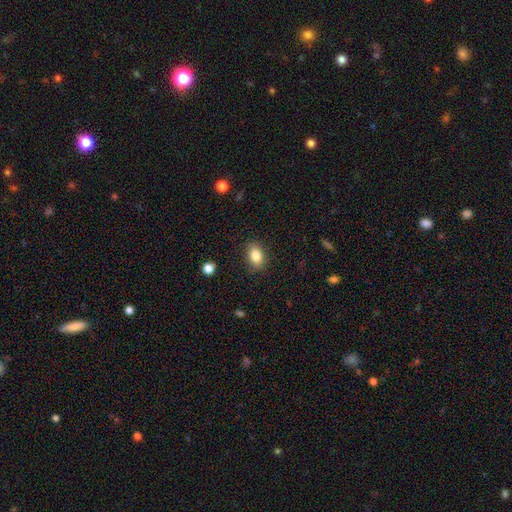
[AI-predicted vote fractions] smooth 84%, star or artifact 9%, featured or disk 8%. Down the decision tree: how rounded — in between (82%); merging — none (87%).